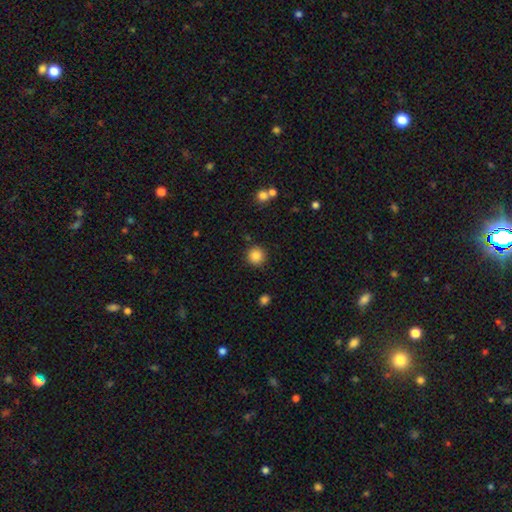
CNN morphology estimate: Q: Smooth or featured?
A: smooth (86%); runner-up: star or artifact (10%)
Q: How rounded?
A: round (95%); runner-up: in between (5%)
Q: Merging?
A: none (90%); runner-up: minor disturbance (6%)